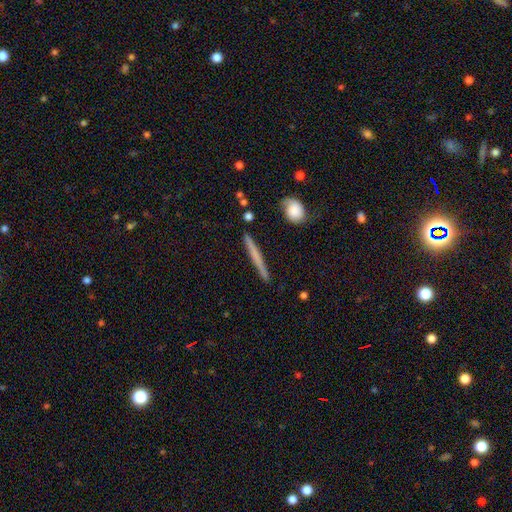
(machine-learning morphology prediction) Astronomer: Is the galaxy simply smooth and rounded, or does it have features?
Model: smooth — 53% (runner-up: featured or disk, 41%).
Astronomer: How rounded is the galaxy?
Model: cigar-shaped — 95%.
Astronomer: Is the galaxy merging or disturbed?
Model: none — 89%.